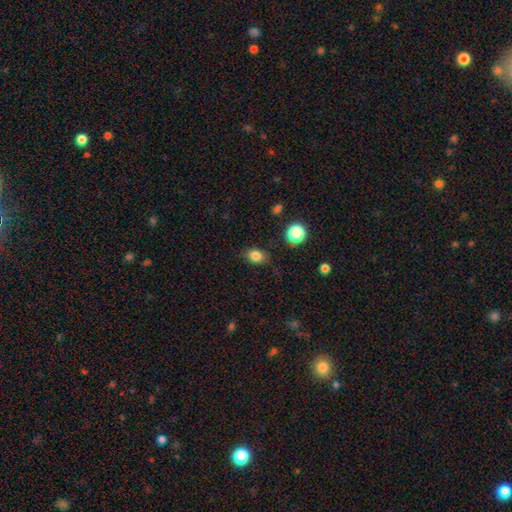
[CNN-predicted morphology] Smooth or featured: smooth — 82% (star or artifact — 11%)
How rounded: in between — 72% (round — 27%)
Merging: none — 82% (minor disturbance — 13%)